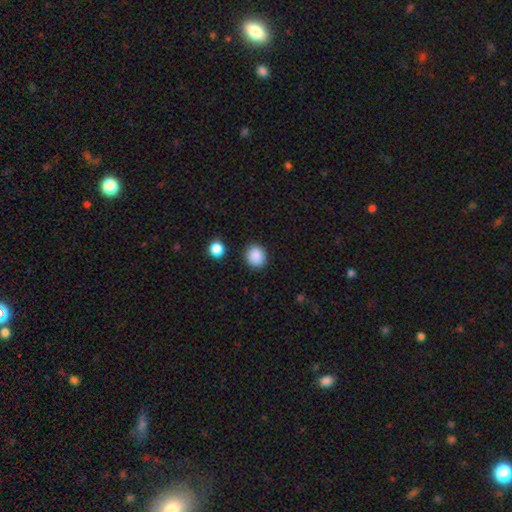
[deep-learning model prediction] Smooth or featured: smooth — 88% (star or artifact — 9%)
How rounded: round — 82% (in between — 18%)
Merging: none — 88% (minor disturbance — 8%)